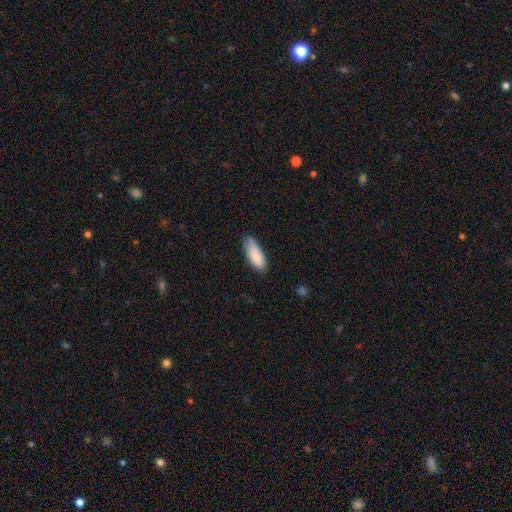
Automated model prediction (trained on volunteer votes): smooth-or-featured: smooth: 87% | featured or disk: 7% | star or artifact: 6%
  how-rounded: in between: 75% | cigar-shaped: 24% | round: 2%
  merging: none: 74% | minor disturbance: 22% | major disturbance: 3% | merger: 1%